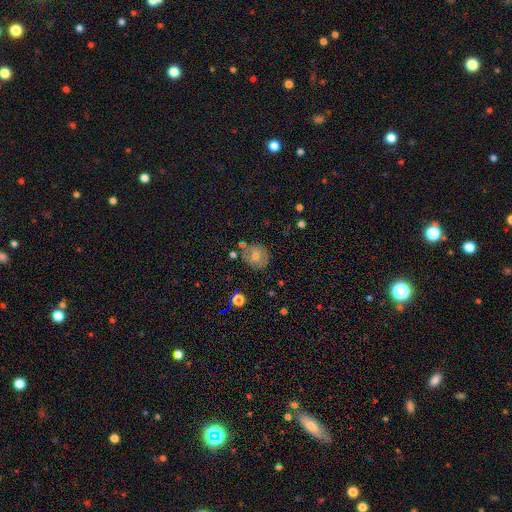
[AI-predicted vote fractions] A featured or disk galaxy (44%). Merging: none (75%).